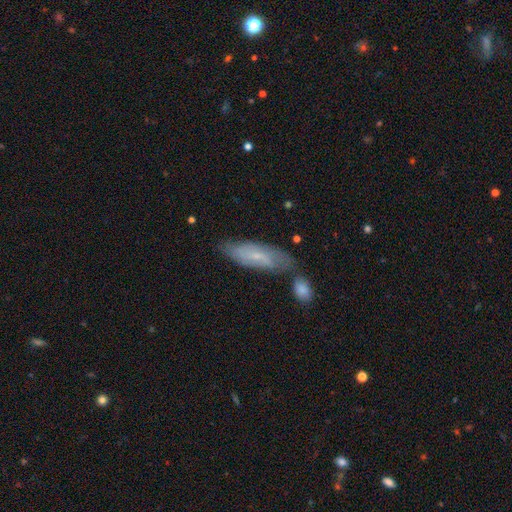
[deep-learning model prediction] Q: Smooth or featured?
A: smooth (47%); runner-up: featured or disk (46%)
Q: Merging?
A: none (58%); runner-up: minor disturbance (19%)